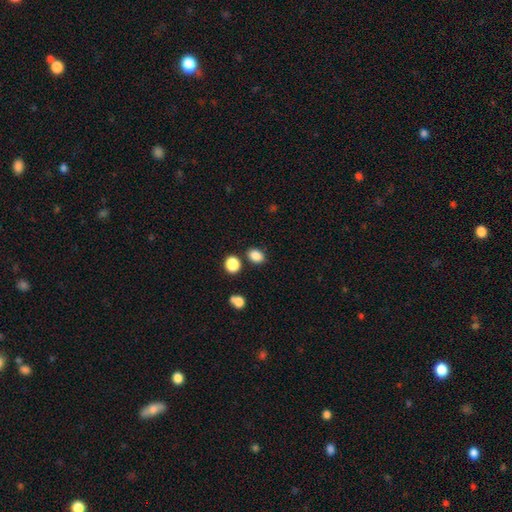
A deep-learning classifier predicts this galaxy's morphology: A smooth galaxy with no disk features (85%) that is in between round and cigar-shaped (67%). Merging: none (81%).